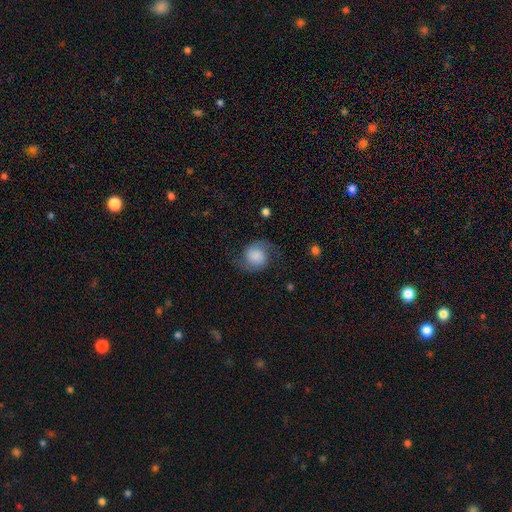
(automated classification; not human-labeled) Smooth or featured?
  - featured or disk: 63% *
  - smooth: 27%
  - star or artifact: 10%
Edge-on disk?
  - no: 98% *
  - yes: 2%
Bar?
  - no: 71% *
  - weak: 24%
  - strong: 5%
Spiral arms?
  - yes: 95% *
  - no: 5%
Spiral winding?
  - loose: 49% *
  - medium: 40%
  - tight: 12%
Spiral arm count?
  - 2: 94% *
  - can't tell: 2%
  - 1: 1%
  - 3: 1%
  - 4: 1%
  - more than 4: 1%
Bulge size?
  - none: 28% *
  - large: 24%
  - dominant: 22%
  - small: 14%
  - moderate: 12%
Merging?
  - none: 76% *
  - minor disturbance: 15%
  - major disturbance: 8%
  - merger: 1%